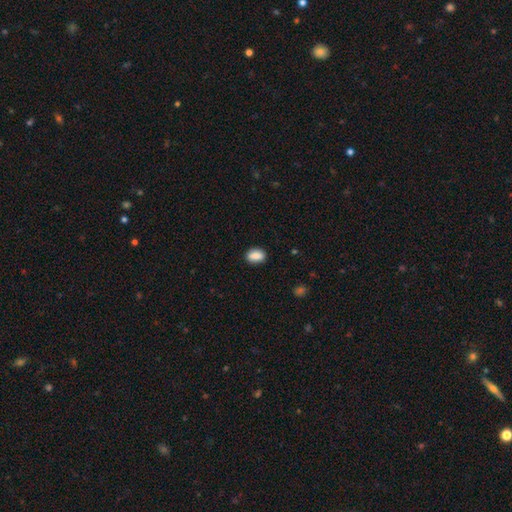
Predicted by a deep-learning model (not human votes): Smooth or featured? Predicted: smooth (p=0.88). How rounded? Predicted: in between (p=0.83). Merging? Predicted: none (p=0.85).